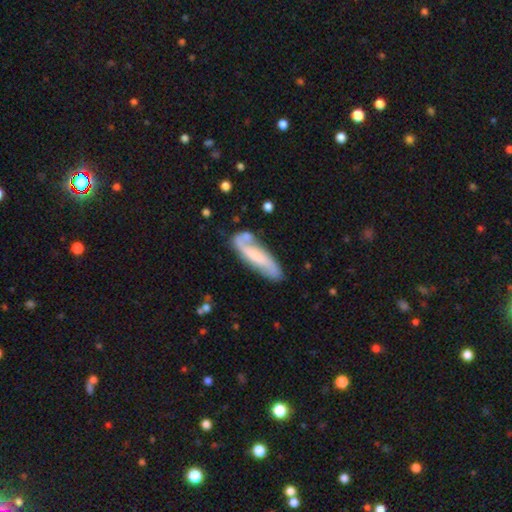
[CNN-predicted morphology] smooth-or-featured: featured or disk: 65% | smooth: 29% | star or artifact: 6%
  disk-edge-on: no: 82% | yes: 18%
    bar: no: 42% | weak: 37% | strong: 22%
    has-spiral-arms: yes: 91% | no: 9%
    bulge-size: small: 40% | moderate: 28% | none: 23% | large: 7% | dominant: 2%
  merging: none: 66% | minor disturbance: 20% | major disturbance: 7% | merger: 7%